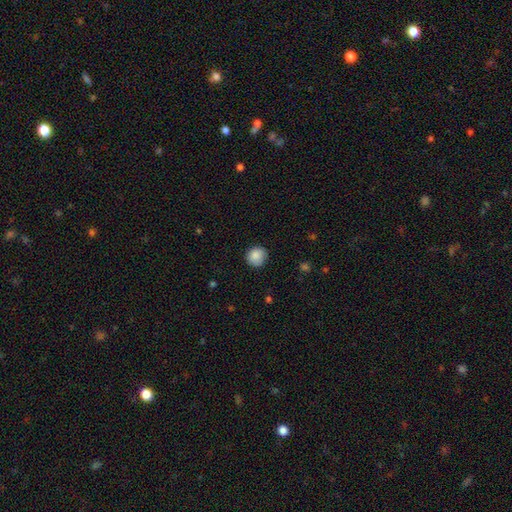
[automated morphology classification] Smooth or featured?
  - smooth: 87% *
  - star or artifact: 8%
  - featured or disk: 5%
How rounded?
  - round: 87% *
  - in between: 12%
  - cigar-shaped: 1%
Merging?
  - none: 83% *
  - minor disturbance: 13%
  - major disturbance: 3%
  - merger: 1%